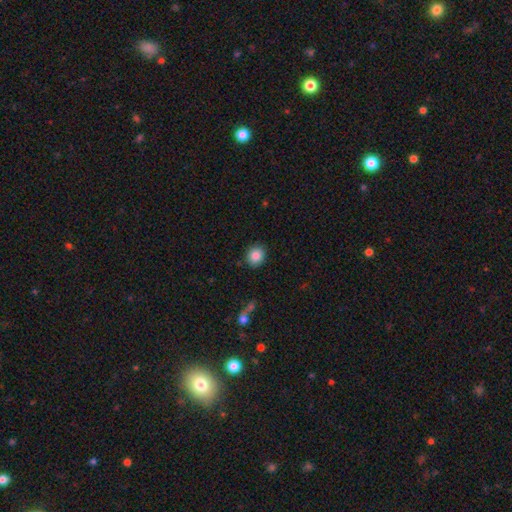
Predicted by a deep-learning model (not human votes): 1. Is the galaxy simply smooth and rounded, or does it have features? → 87% smooth, 8% star or artifact, 4% featured or disk.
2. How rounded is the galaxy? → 73% round, 26% in between, 1% cigar-shaped.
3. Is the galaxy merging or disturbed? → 87% none, 8% minor disturbance, 3% major disturbance, 2% merger.